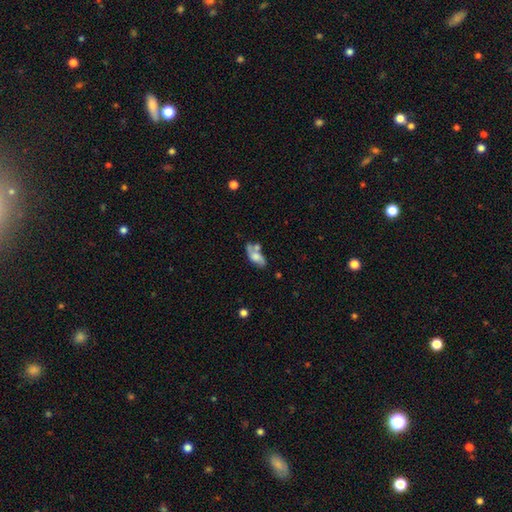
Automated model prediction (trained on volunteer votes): Smooth or featured: smooth — 52% (featured or disk — 40%)
How rounded: in between — 83% (cigar-shaped — 13%)
Merging: none — 44% (merger — 26%)